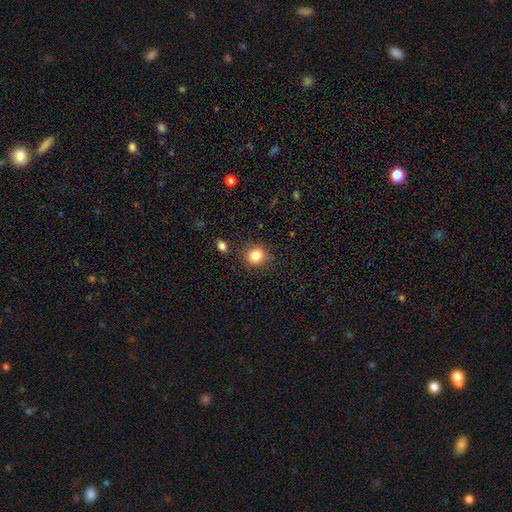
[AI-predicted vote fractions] Q: Smooth or featured?
A: smooth (83%); runner-up: star or artifact (11%)
Q: How rounded?
A: round (83%); runner-up: in between (16%)
Q: Merging?
A: none (85%); runner-up: minor disturbance (9%)